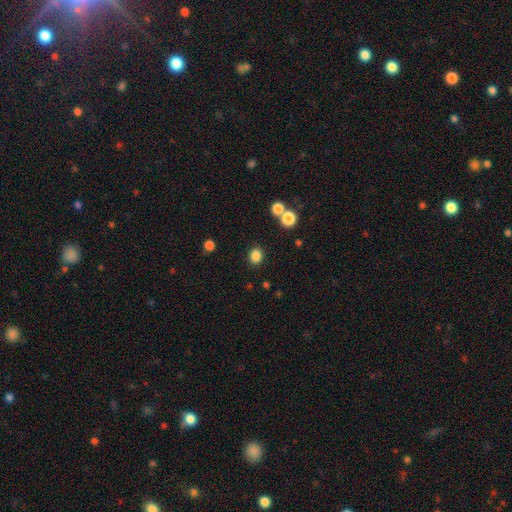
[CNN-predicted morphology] Smooth or featured: smooth — 84% (star or artifact — 12%)
How rounded: round — 71% (in between — 28%)
Merging: none — 87% (minor disturbance — 7%)